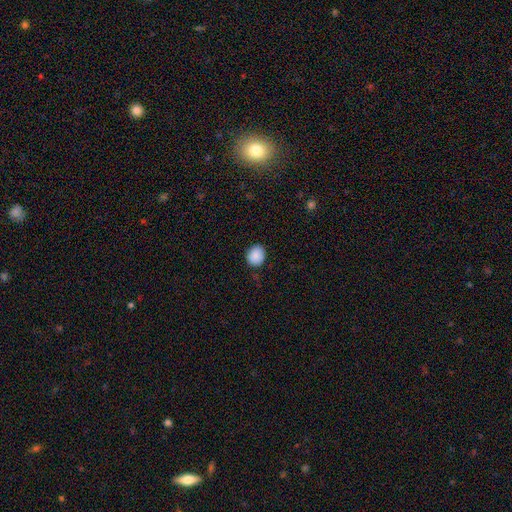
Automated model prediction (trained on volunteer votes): A smooth galaxy with no disk features (88%) that is round (66%). Merging: none (85%).